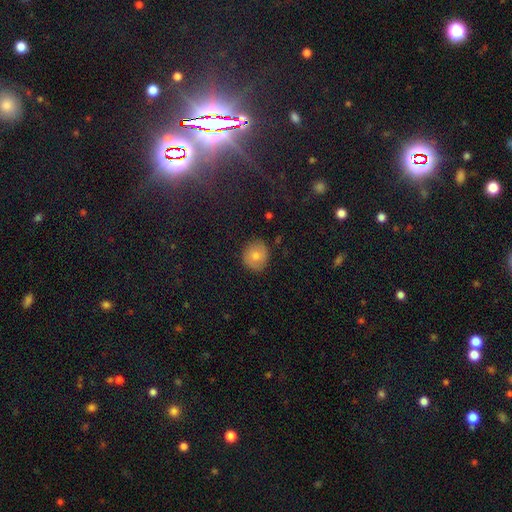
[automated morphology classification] A smooth galaxy with no disk features (77%) that is round (83%). Merging: none (85%).